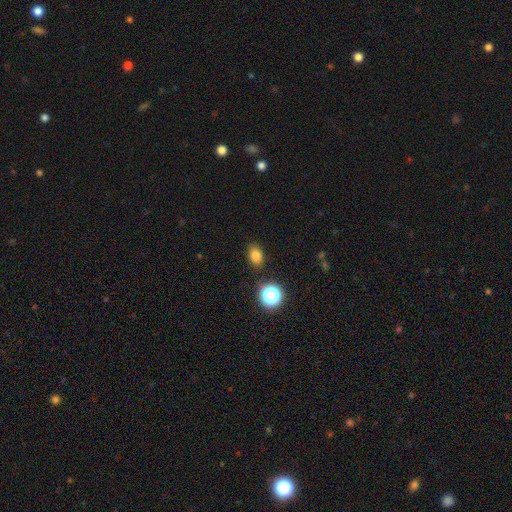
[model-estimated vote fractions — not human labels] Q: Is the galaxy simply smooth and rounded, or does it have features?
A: smooth — 79%.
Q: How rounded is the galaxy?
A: in between — 70%.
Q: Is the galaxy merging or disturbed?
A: none — 86%.